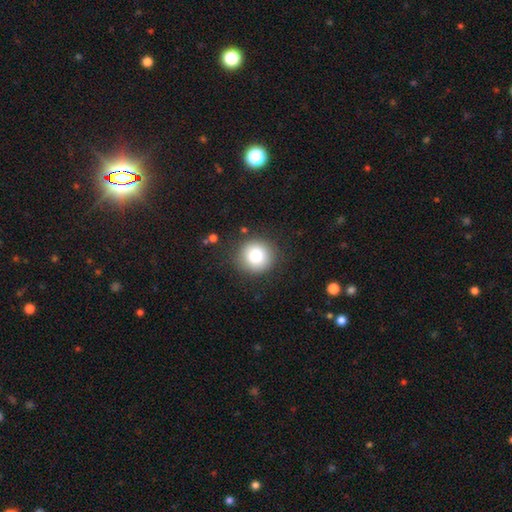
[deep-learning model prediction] The model was most divided on "smooth or featured": smooth: 82%, star or artifact: 10%, featured or disk: 8%. More confident: how rounded — round (94%); merging — none (88%).